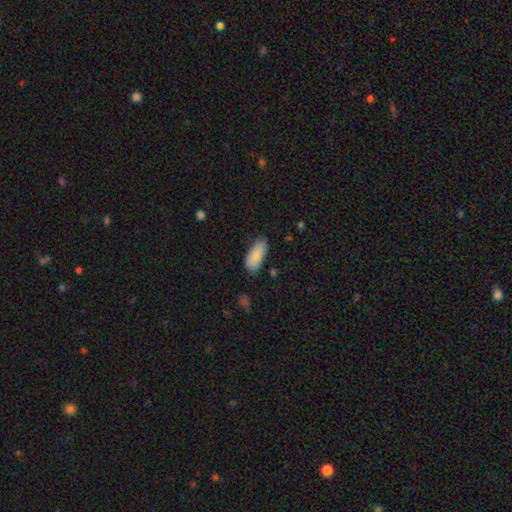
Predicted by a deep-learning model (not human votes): Smooth or featured? smooth (86%)
How rounded? in between (87%)
Merging? none (74%)